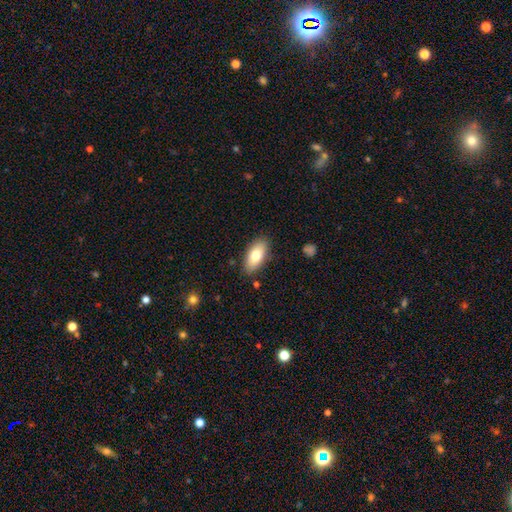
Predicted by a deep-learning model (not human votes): Smooth or featured? Predicted: smooth (p=0.75). How rounded? Predicted: in between (p=0.88). Merging? Predicted: none (p=0.85).